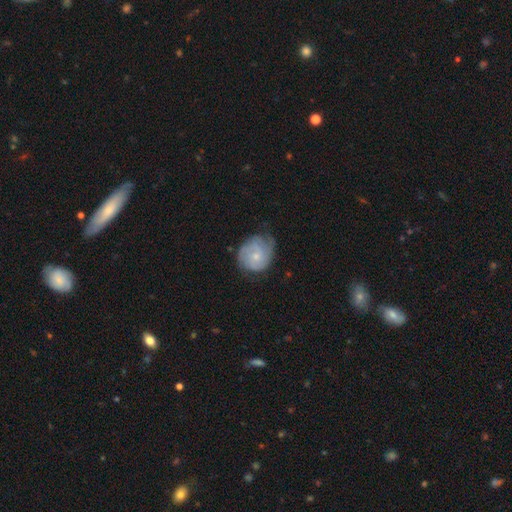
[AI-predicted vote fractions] Smooth or featured: featured or disk — 55% (smooth — 39%)
Edge-on disk: no — 98% (yes — 2%)
Bar: no — 78% (weak — 20%)
Spiral arms: yes — 83% (no — 17%)
Bulge size: small — 68% (moderate — 26%)
Merging: none — 52% (minor disturbance — 34%)